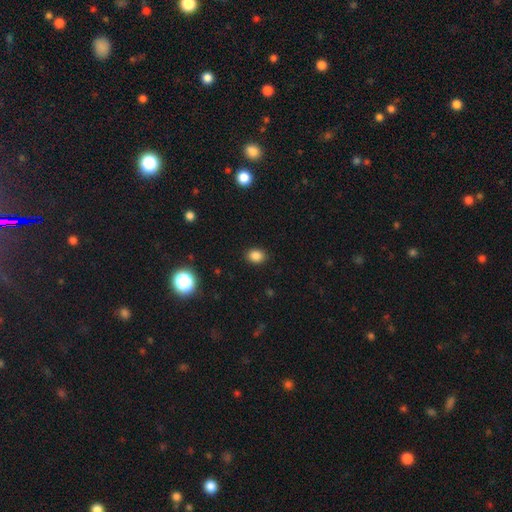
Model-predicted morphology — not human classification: type=smooth (84%); roundness=in between (53%); merging=none (89%).